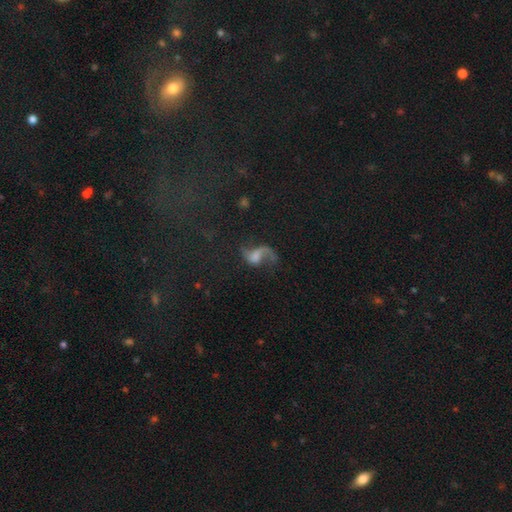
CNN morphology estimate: Overall: featured or disk (73%). Edge-on disk: no (97%). Bar: no (53%; weak 38%). Spiral arms: yes (90%). Spiral arm count: 2 (71%). Spiral winding: loose (78%). Bulge size: none (40%; moderate 23%). Merging: none (44%; major disturbance 32%).